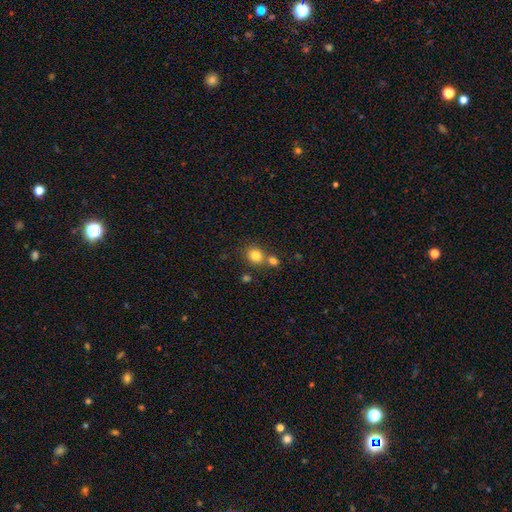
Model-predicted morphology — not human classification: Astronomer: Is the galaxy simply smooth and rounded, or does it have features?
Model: smooth — 82%.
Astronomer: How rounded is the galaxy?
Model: round — 76%.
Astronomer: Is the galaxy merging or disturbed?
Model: none — 61%.